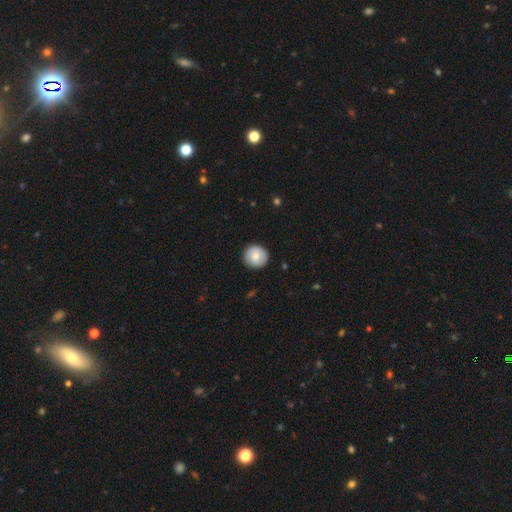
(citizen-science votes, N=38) Smooth or featured: smooth — 71% (featured or disk — 24%)
How rounded: round — 93% (in between — 7%)
Merging: none — 92% (major disturbance — 6%)